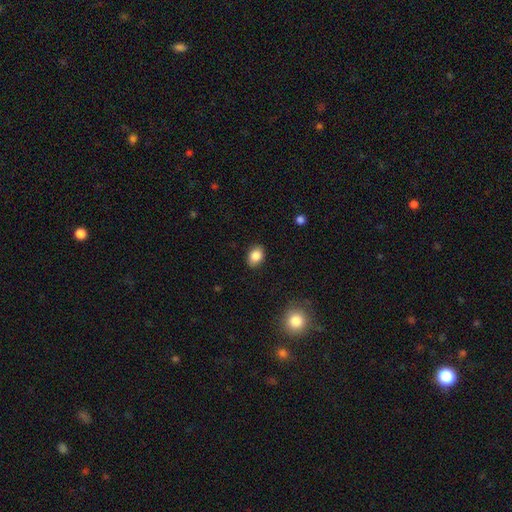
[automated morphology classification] This is clearly a smooth galaxy (86%). How rounded: likely in between (74%). Merging: clearly none (88%).